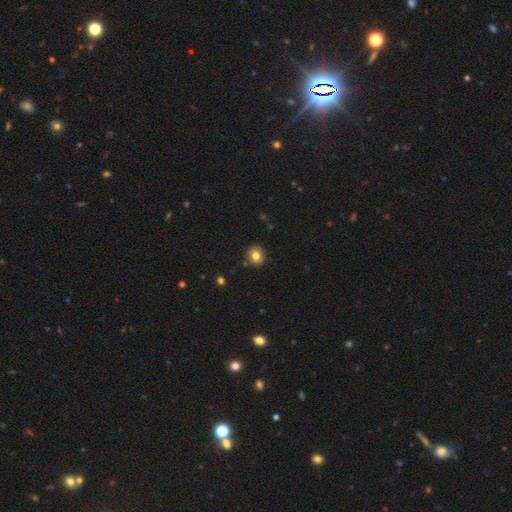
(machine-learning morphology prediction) A smooth galaxy with no disk features (80%) that is round (79%).

Vote fractions:
- Smooth or featured? smooth: 80% / star or artifact: 11% / featured or disk: 8%
- How rounded? round: 79% / in between: 20% / cigar-shaped: 1%
- Merging? none: 86% / minor disturbance: 9% / merger: 3% / major disturbance: 2%